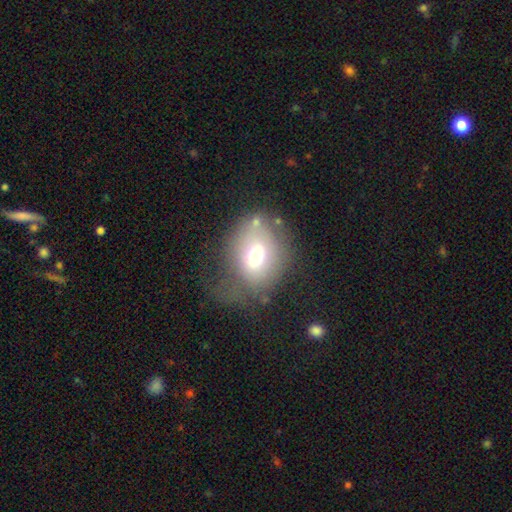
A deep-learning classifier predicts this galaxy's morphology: smooth_or_featured: smooth (p=0.63) [alt: featured or disk p=0.26]
how_rounded: in between (p=0.58) [alt: round p=0.41]
merging: none (p=0.42) [alt: minor disturbance p=0.27]